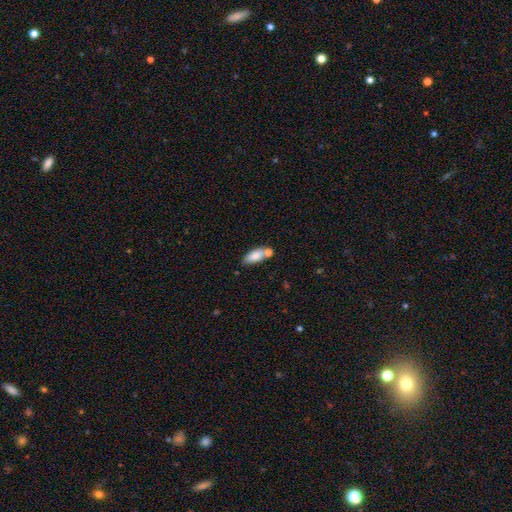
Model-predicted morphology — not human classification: Smooth or featured? smooth (81%)
How rounded? in between (82%)
Merging? none (57%)